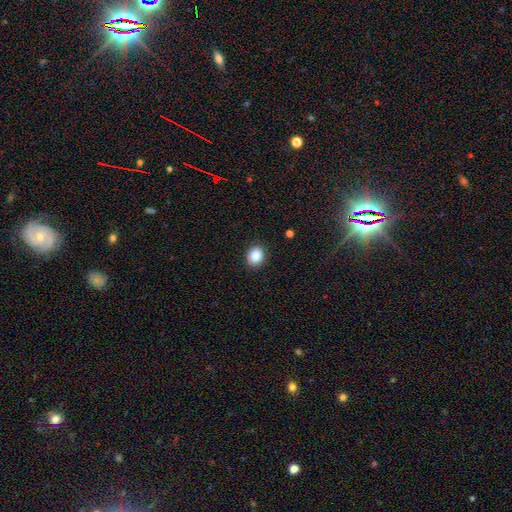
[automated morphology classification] This appears to be a smooth galaxy with no disk features (87%) that is round (70%). Merging: none (89%).